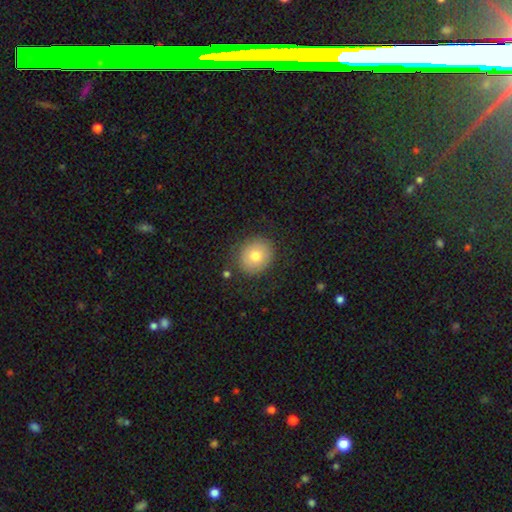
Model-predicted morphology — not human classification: A smooth galaxy with no disk features (75%) that is round (81%). Merging: none (82%).